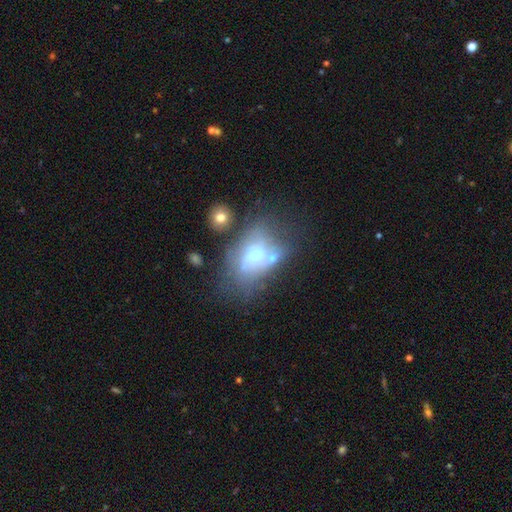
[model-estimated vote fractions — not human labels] smooth_or_featured: featured or disk (p=0.46) [alt: smooth p=0.43]
merging: none (p=0.28) [alt: major disturbance p=0.26]